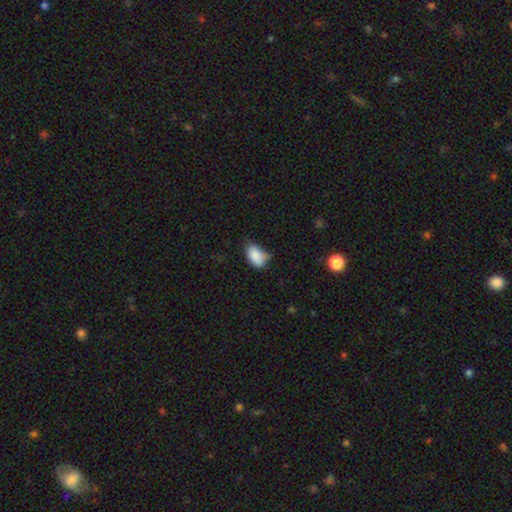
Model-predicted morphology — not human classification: smooth-or-featured: smooth: 84% | star or artifact: 8% | featured or disk: 8%
  how-rounded: in between: 90% | round: 8% | cigar-shaped: 2%
  merging: none: 44% | minor disturbance: 42% | major disturbance: 10% | merger: 5%